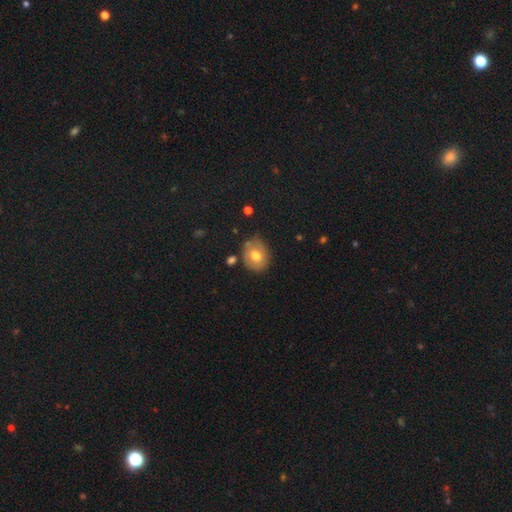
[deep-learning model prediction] Smooth or featured? smooth (64%)
How rounded? round (58%)
Merging? none (68%)